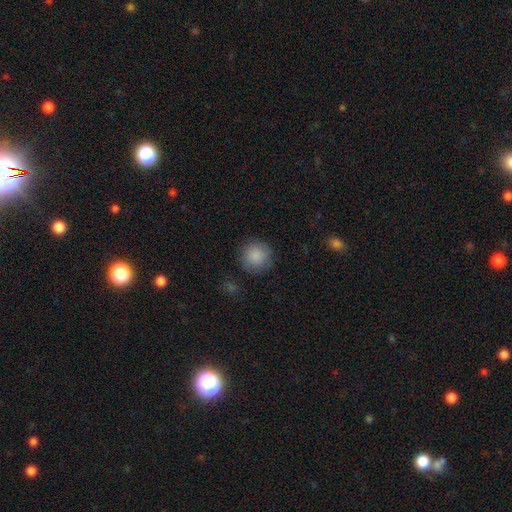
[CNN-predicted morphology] type=smooth (88%); roundness=round (94%); merging=none (86%).